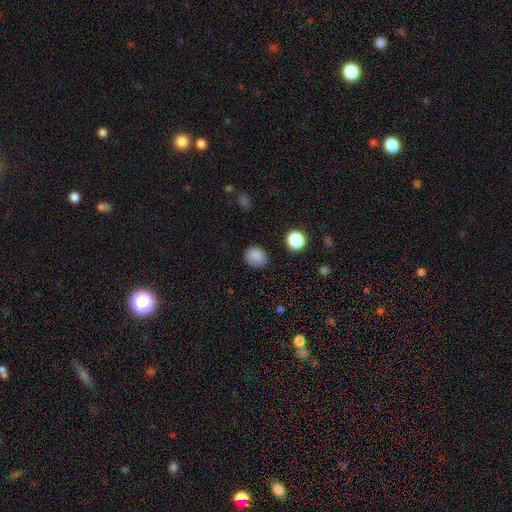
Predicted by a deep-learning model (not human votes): Smooth or featured?
  - smooth: 85% *
  - star or artifact: 11%
  - featured or disk: 4%
How rounded?
  - round: 75% *
  - in between: 24%
  - cigar-shaped: 1%
Merging?
  - none: 83% *
  - minor disturbance: 13%
  - major disturbance: 3%
  - merger: 2%